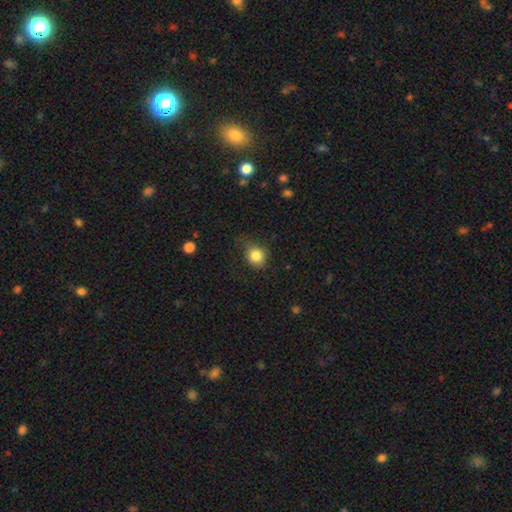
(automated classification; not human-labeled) Smooth or featured?
  - smooth: 83% *
  - star or artifact: 11%
  - featured or disk: 6%
How rounded?
  - round: 76% *
  - in between: 23%
  - cigar-shaped: 1%
Merging?
  - none: 67% *
  - minor disturbance: 24%
  - major disturbance: 8%
  - merger: 1%